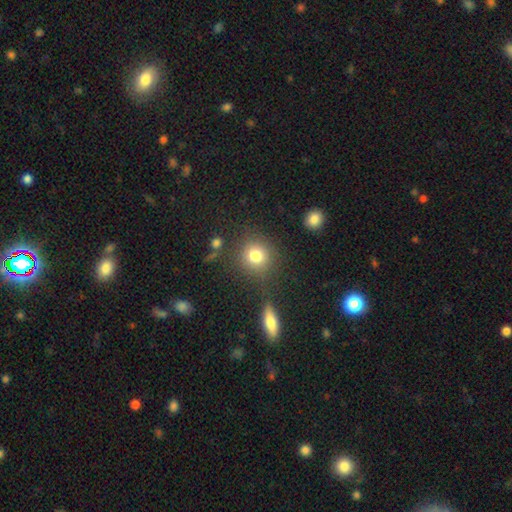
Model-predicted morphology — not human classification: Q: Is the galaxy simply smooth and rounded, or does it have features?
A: smooth — 80%.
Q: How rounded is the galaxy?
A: round — 88%.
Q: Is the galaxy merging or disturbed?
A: none — 78%.